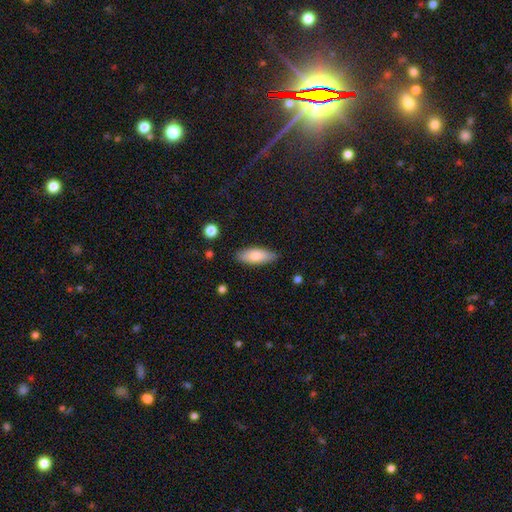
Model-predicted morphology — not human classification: The model was most divided on "how rounded": in between: 76%, cigar-shaped: 22%, round: 2%. More confident: merging — none (84%); smooth or featured — smooth (80%).